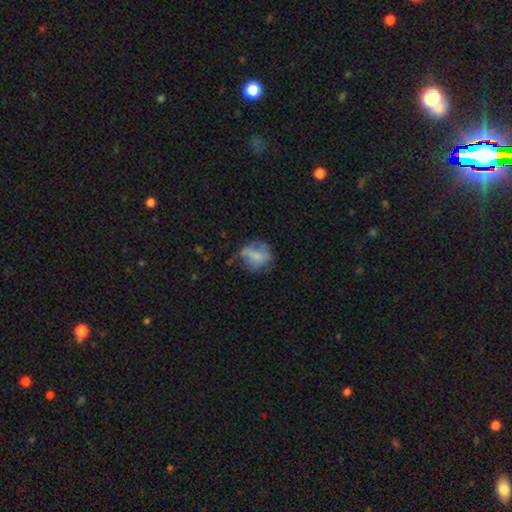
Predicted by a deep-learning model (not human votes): Smooth or featured?
  - smooth: 56% *
  - featured or disk: 34%
  - star or artifact: 10%
How rounded?
  - round: 60% *
  - in between: 39%
  - cigar-shaped: 1%
Merging?
  - none: 43% *
  - minor disturbance: 29%
  - major disturbance: 24%
  - merger: 4%